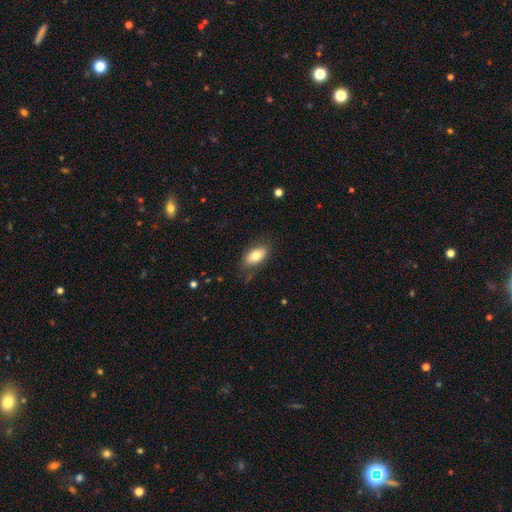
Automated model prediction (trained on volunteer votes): smooth_or_featured: smooth (p=0.76) [alt: featured or disk p=0.17]
how_rounded: in between (p=0.92) [alt: round p=0.05]
merging: none (p=0.74) [alt: minor disturbance p=0.18]